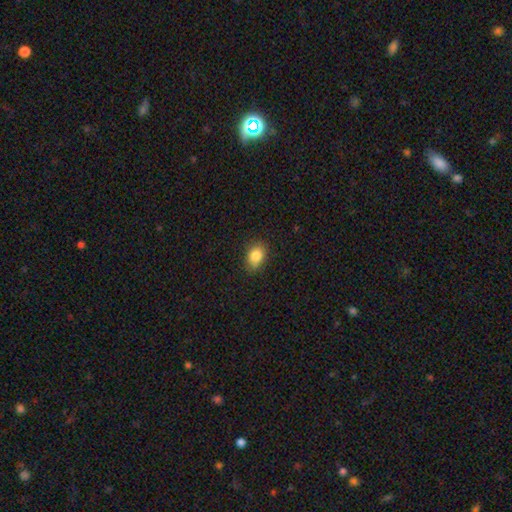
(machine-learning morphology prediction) Smooth or featured? Predicted: smooth (p=0.84). How rounded? Predicted: in between (p=0.70). Merging? Predicted: none (p=0.81).